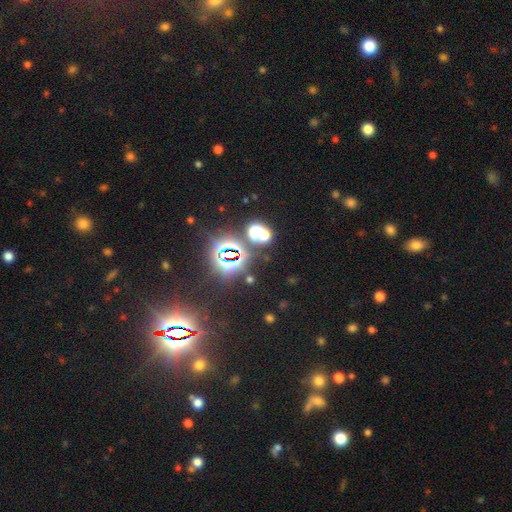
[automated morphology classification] The model was most divided on "smooth or featured": star or artifact: 82%, smooth: 11%, featured or disk: 7%.